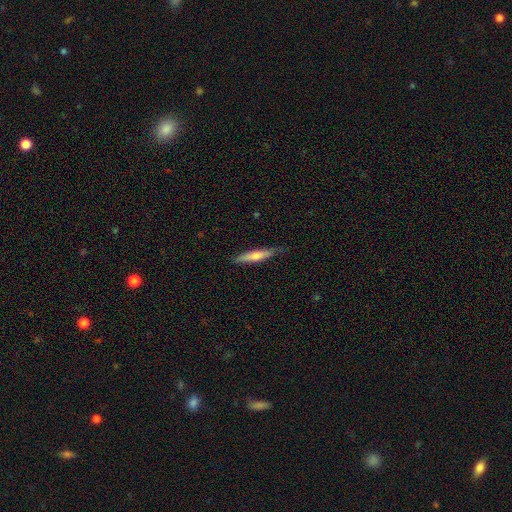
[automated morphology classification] Smooth or featured?
  - smooth: 51% *
  - featured or disk: 43%
  - star or artifact: 6%
How rounded?
  - cigar-shaped: 90% *
  - in between: 9%
  - round: 1%
Merging?
  - none: 81% *
  - minor disturbance: 15%
  - major disturbance: 2%
  - merger: 1%